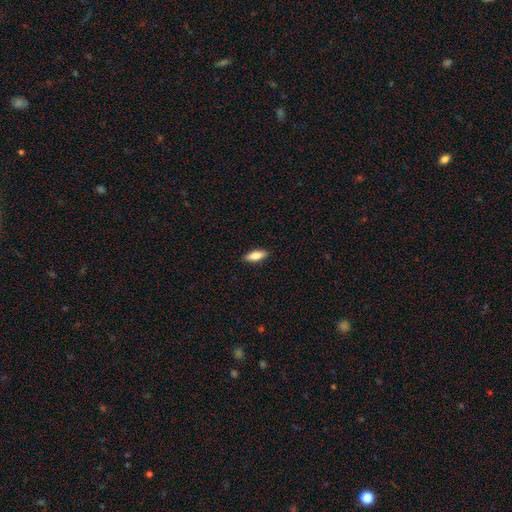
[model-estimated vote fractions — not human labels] Smooth or featured? Predicted: smooth (p=0.80). How rounded? Predicted: in between (p=0.70). Merging? Predicted: none (p=0.89).